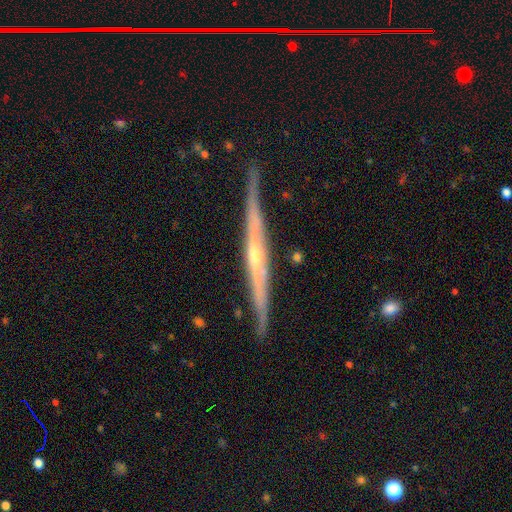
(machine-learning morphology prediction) Q: Smooth or featured?
A: featured or disk (81%); runner-up: smooth (13%)
Q: Edge-on disk?
A: yes (97%); runner-up: no (3%)
Q: Edge-on bulge?
A: rounded (58%); runner-up: none (34%)
Q: Merging?
A: none (86%); runner-up: minor disturbance (11%)